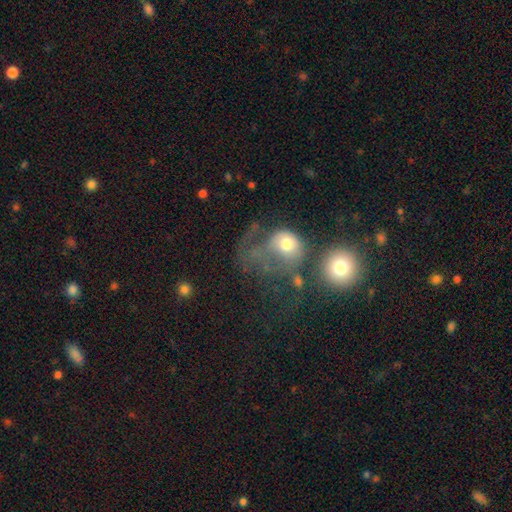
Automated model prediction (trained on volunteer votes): A smooth galaxy with no disk features (56%) that is round (66%).

Vote fractions:
- Smooth or featured? smooth: 56% / featured or disk: 30% / star or artifact: 14%
- How rounded? round: 66% / in between: 32% / cigar-shaped: 1%
- Merging? major disturbance: 55% / none: 18% / merger: 16% / minor disturbance: 12%